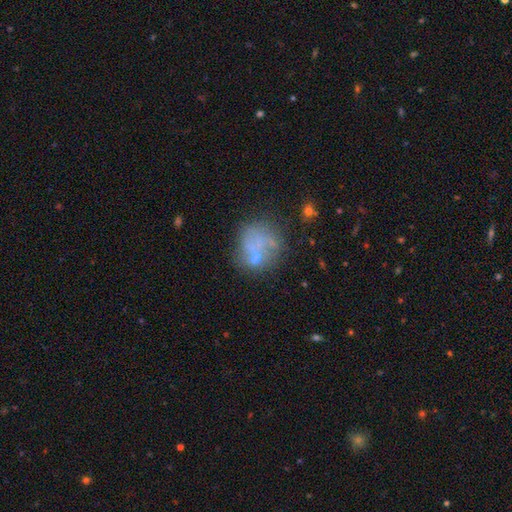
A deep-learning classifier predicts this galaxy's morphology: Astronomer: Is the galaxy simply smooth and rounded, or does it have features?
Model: smooth — 45% (runner-up: featured or disk, 35%).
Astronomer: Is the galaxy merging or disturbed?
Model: none — 51%.